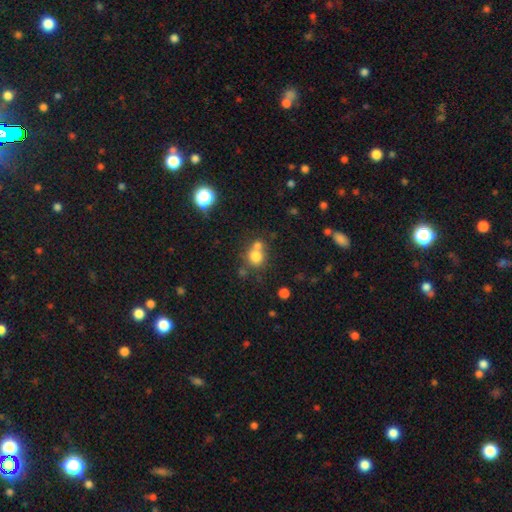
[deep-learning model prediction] Smooth or featured? Predicted: smooth (p=0.75). How rounded? Predicted: round (p=0.82). Merging? Predicted: none (p=0.47).